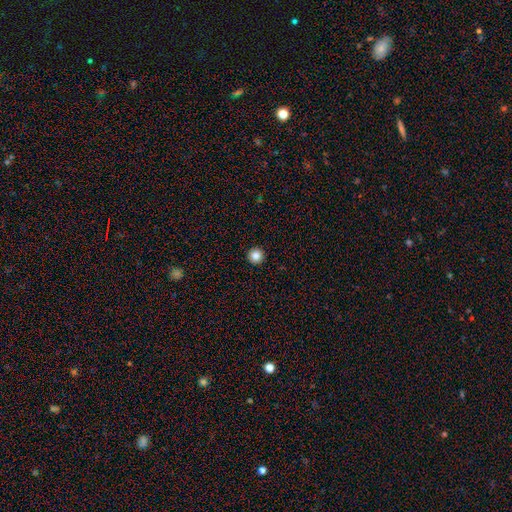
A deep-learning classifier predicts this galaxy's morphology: This appears to be a smooth galaxy with no disk features (85%) that is round (97%). Merging: none (94%).